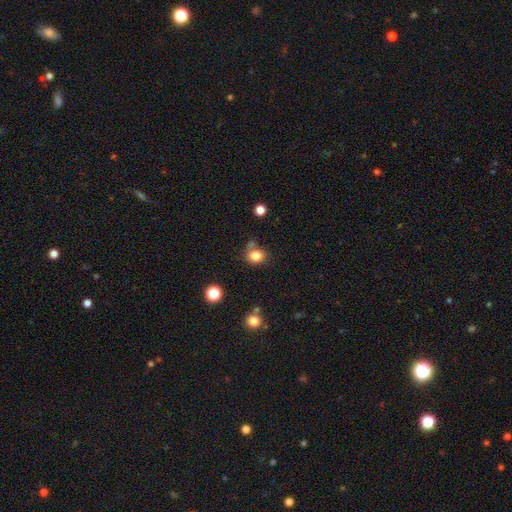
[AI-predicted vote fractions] smooth-or-featured: smooth: 82% | star or artifact: 12% | featured or disk: 6%
  how-rounded: round: 67% | in between: 33% | cigar-shaped: 1%
  merging: none: 67% | minor disturbance: 15% | merger: 13% | major disturbance: 5%